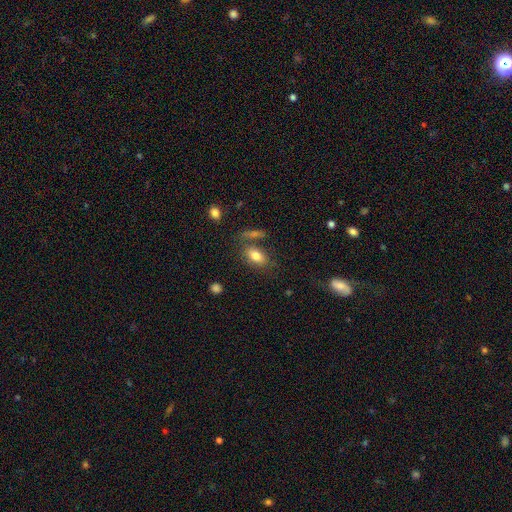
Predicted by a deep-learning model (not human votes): A smooth galaxy with no disk features (79%) that is in between round and cigar-shaped (87%). Merging: none (65%).